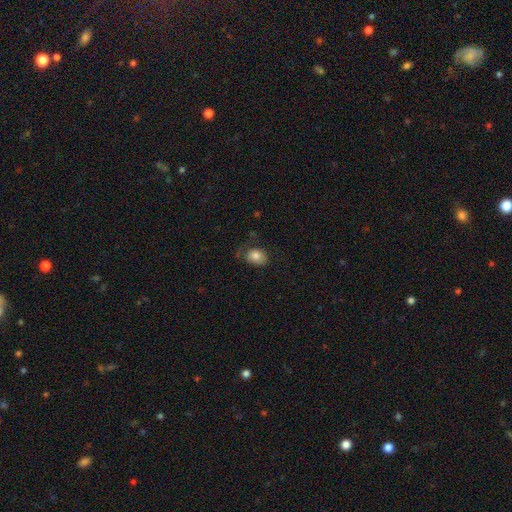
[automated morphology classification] Q: Smooth or featured?
A: smooth (80%); runner-up: featured or disk (12%)
Q: How rounded?
A: in between (65%); runner-up: round (33%)
Q: Merging?
A: none (56%); runner-up: minor disturbance (28%)